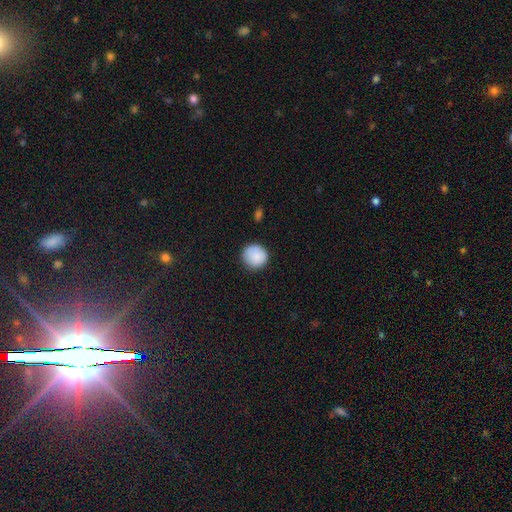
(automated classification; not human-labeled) smooth 87%, star or artifact 8%, featured or disk 5%. Down the decision tree: how rounded — round (93%); merging — none (85%).